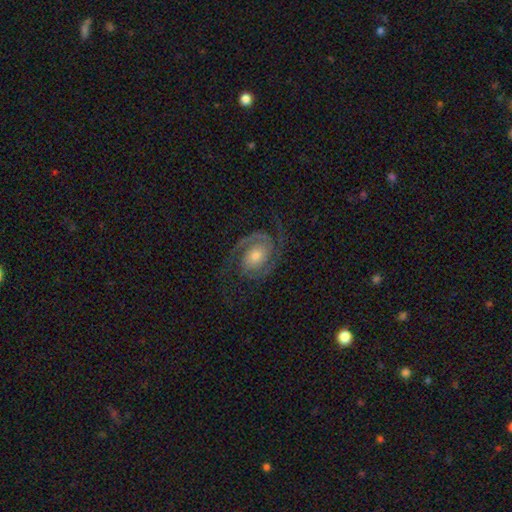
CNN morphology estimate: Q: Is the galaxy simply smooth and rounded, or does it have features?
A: featured or disk — 90%.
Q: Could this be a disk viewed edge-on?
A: no — 98%.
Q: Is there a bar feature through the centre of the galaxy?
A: no — 67%.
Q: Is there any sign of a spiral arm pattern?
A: yes — 98%.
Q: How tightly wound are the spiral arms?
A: medium — 47%.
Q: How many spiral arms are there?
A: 2 — 90%.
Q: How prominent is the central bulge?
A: moderate — 52%.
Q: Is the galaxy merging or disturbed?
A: none — 77%.